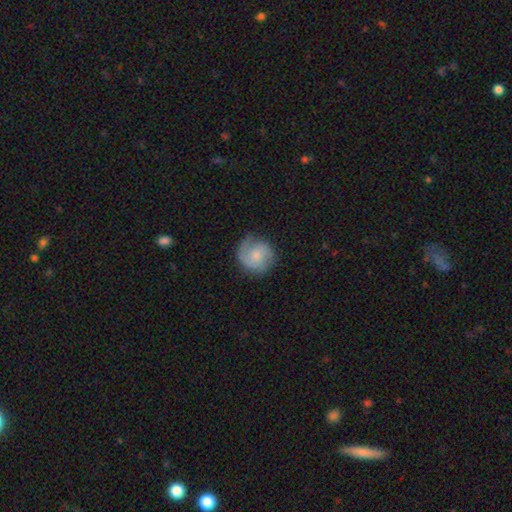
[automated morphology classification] type=featured or disk (61%); edge-on=no (98%); bar=no (66%); spiral arms=yes (93%); winding=tight (43%); arm count=2 (56%); bulge=small (46%); merging=none (72%).